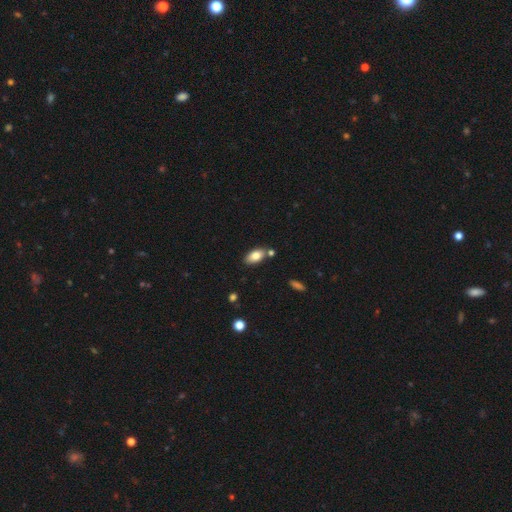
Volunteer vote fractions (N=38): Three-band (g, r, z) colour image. It shows a smooth galaxy with no disk features (82%) that is in between round and cigar-shaped (97%). Merging: none (69%).